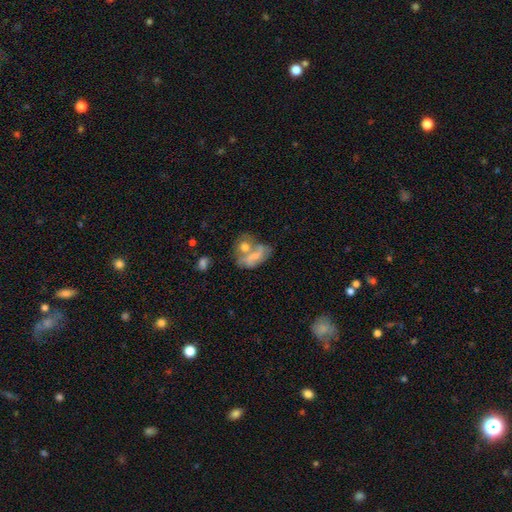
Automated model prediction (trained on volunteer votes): Q: Smooth or featured?
A: smooth (47%); runner-up: featured or disk (43%)
Q: Merging?
A: merger (50%); runner-up: none (23%)